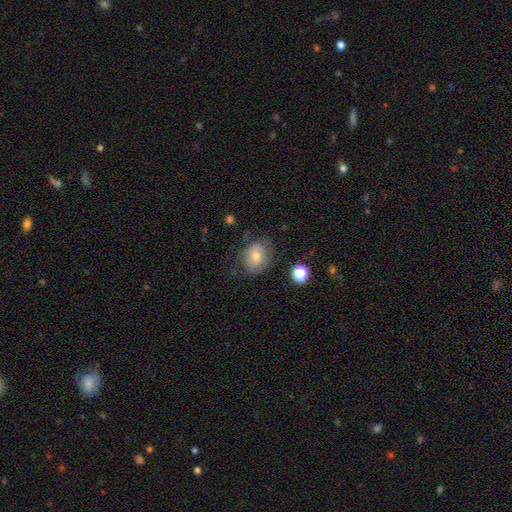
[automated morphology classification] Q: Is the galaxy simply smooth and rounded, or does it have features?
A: smooth — 71%.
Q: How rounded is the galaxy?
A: round — 53%.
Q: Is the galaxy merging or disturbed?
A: none — 66%.